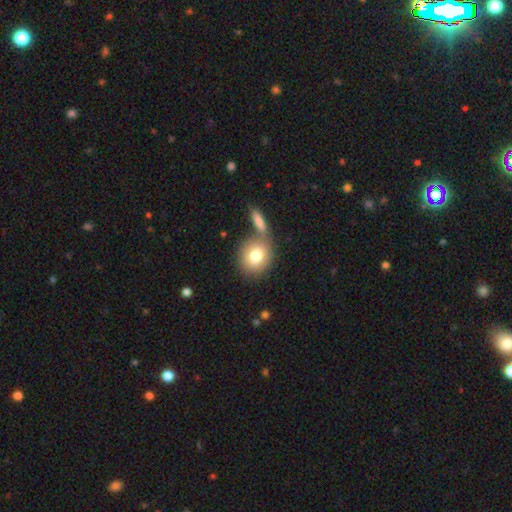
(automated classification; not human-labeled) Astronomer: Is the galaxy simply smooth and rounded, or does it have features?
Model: smooth — 79%.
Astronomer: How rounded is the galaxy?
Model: round — 66%.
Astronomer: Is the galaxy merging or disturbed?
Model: none — 55% (runner-up: merger, 30%).